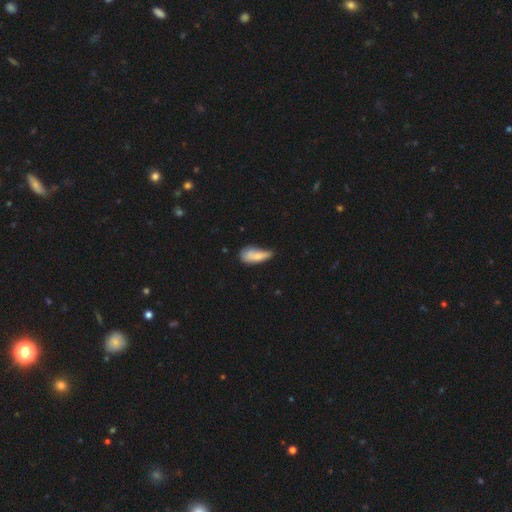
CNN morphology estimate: Q: Smooth or featured?
A: smooth (73%); runner-up: featured or disk (18%)
Q: How rounded?
A: in between (71%); runner-up: cigar-shaped (26%)
Q: Merging?
A: minor disturbance (40%); runner-up: none (32%)